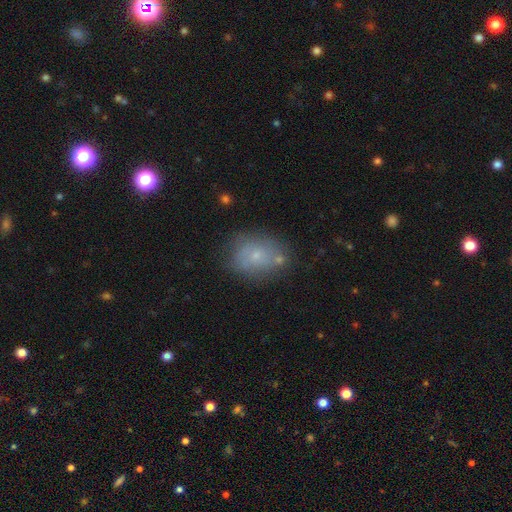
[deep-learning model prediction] Smooth or featured: smooth — 61% (featured or disk — 26%)
How rounded: in between — 60% (round — 39%)
Merging: none — 63% (minor disturbance — 20%)